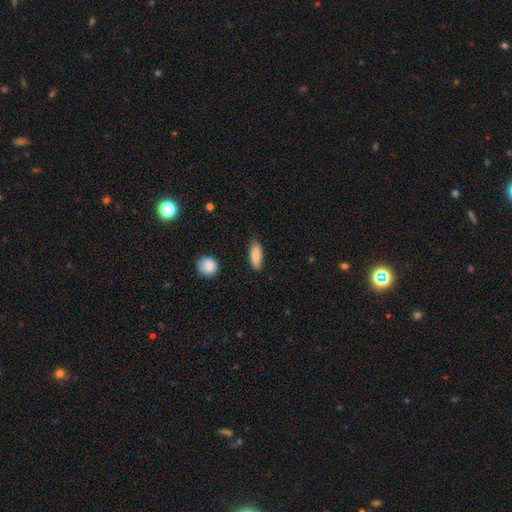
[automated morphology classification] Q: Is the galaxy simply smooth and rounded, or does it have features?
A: smooth — 87%.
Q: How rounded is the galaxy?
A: in between — 61%.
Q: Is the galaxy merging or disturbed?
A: none — 83%.